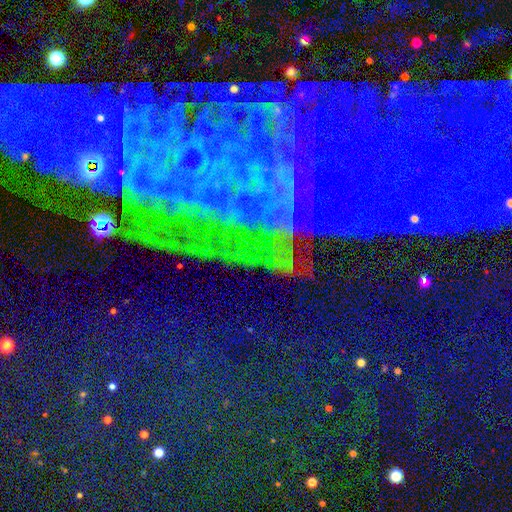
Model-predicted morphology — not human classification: A star or artifact, not a galaxy (79%).